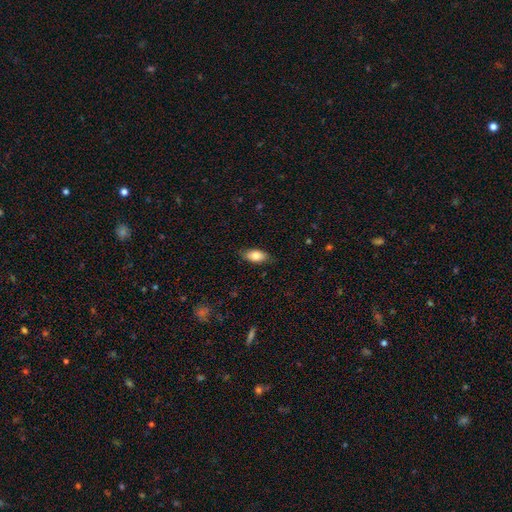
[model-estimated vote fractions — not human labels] Smooth or featured? Predicted: smooth (p=0.82). How rounded? Predicted: in between (p=0.90). Merging? Predicted: none (p=0.82).